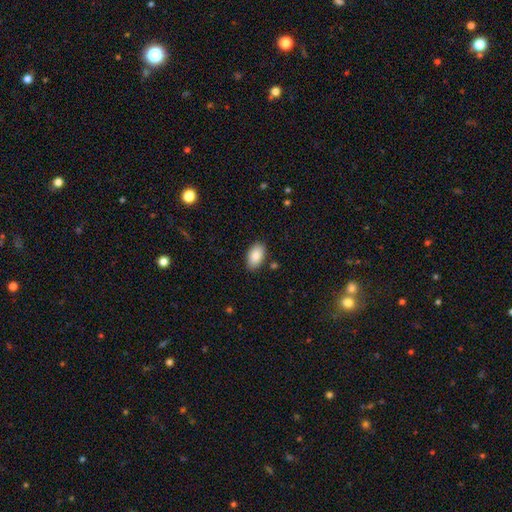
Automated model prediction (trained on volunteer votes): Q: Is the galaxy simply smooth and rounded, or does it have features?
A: smooth — 87%.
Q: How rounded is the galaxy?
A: in between — 94%.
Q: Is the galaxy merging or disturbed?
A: none — 86%.